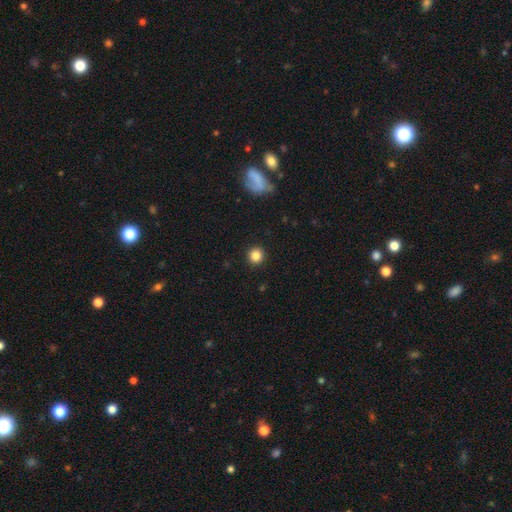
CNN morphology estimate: type=smooth (85%); roundness=round (94%); merging=none (92%).